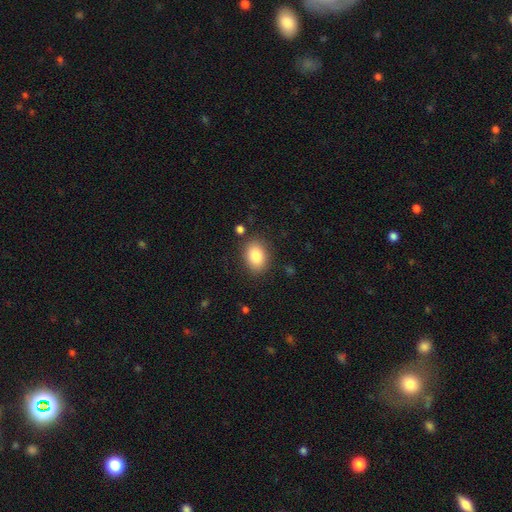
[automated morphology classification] Overall: smooth (85%). How rounded: in between (77%). Merging: none (84%).